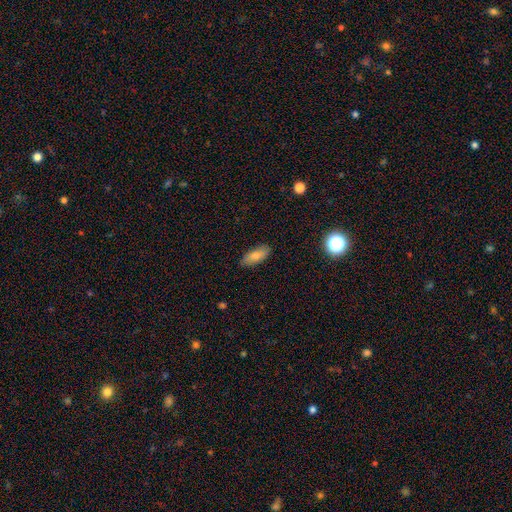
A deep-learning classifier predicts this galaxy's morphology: Smooth or featured: smooth — 82% (featured or disk — 11%)
How rounded: in between — 76% (cigar-shaped — 22%)
Merging: none — 87% (minor disturbance — 10%)